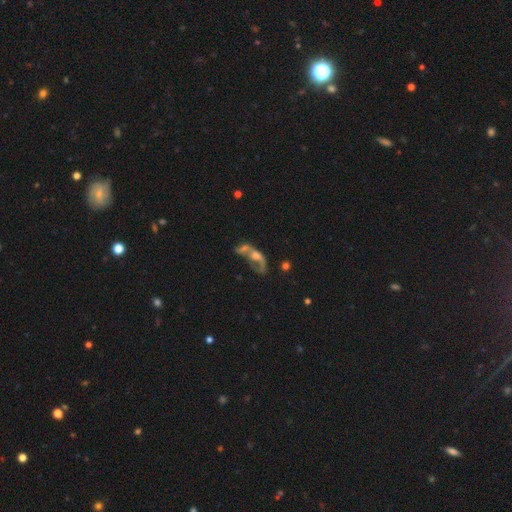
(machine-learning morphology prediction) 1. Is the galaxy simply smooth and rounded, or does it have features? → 53% featured or disk, 32% smooth, 15% star or artifact.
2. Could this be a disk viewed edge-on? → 90% no, 10% yes.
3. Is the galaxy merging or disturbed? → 47% merger, 27% major disturbance, 17% none, 9% minor disturbance.